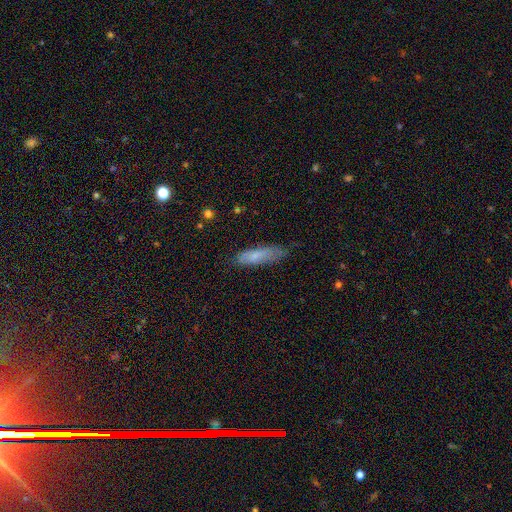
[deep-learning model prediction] Smooth or featured?
  - smooth: 74% *
  - featured or disk: 19%
  - star or artifact: 7%
How rounded?
  - cigar-shaped: 59% *
  - in between: 39%
  - round: 2%
Merging?
  - none: 64% *
  - minor disturbance: 28%
  - major disturbance: 7%
  - merger: 2%